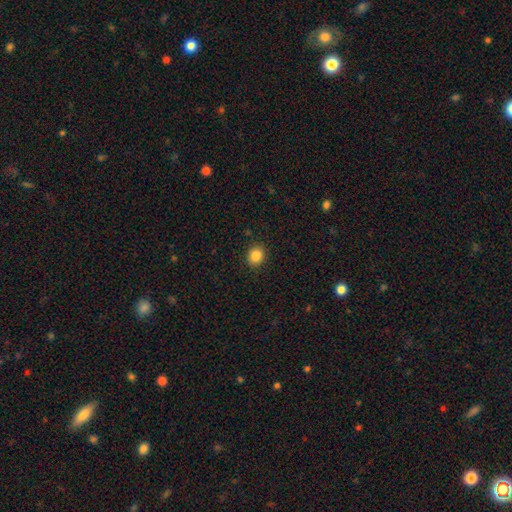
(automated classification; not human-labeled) This appears to be a smooth galaxy with no disk features (85%) that is round (75%). Merging: none (89%).